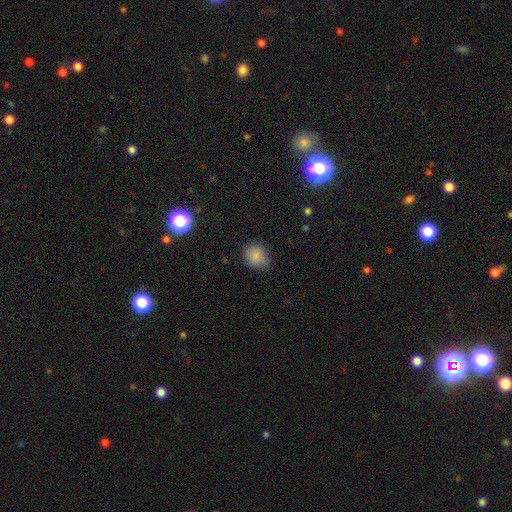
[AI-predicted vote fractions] Overall: smooth (84%). How rounded: round (70%). Merging: none (76%).